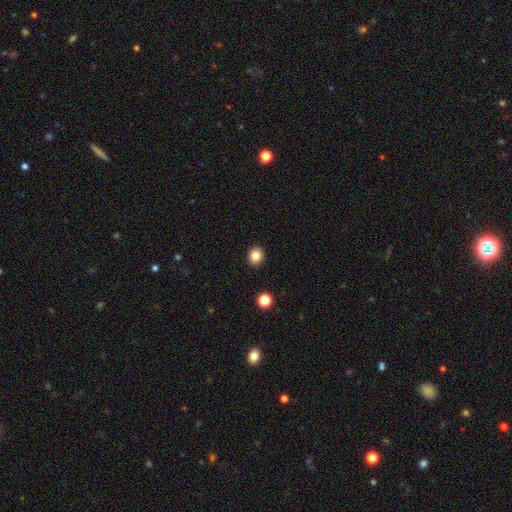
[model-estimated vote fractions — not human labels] smooth-or-featured: smooth: 83% | star or artifact: 11% | featured or disk: 6%
  how-rounded: round: 69% | in between: 30% | cigar-shaped: 1%
  merging: none: 92% | minor disturbance: 6% | major disturbance: 2% | merger: 1%